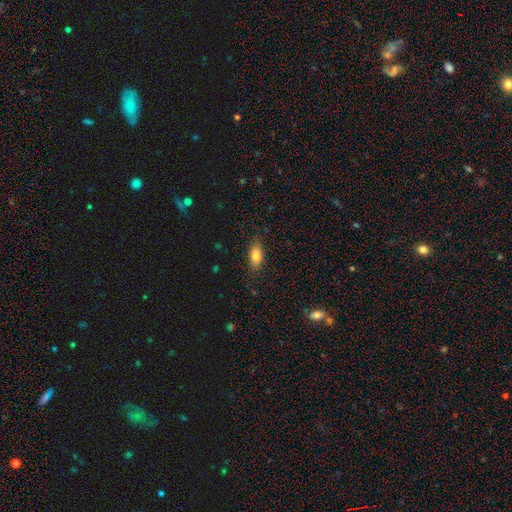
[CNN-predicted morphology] Smooth or featured: smooth — 80% (featured or disk — 12%)
How rounded: in between — 84% (cigar-shaped — 11%)
Merging: none — 83% (minor disturbance — 13%)